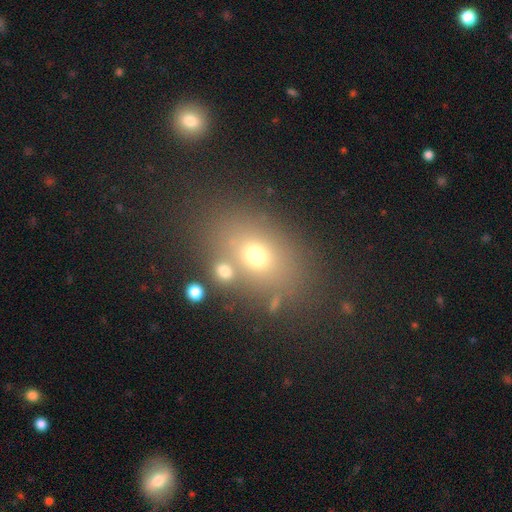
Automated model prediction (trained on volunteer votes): Smooth or featured? smooth (65%)
How rounded? in between (62%)
Merging? none (69%)